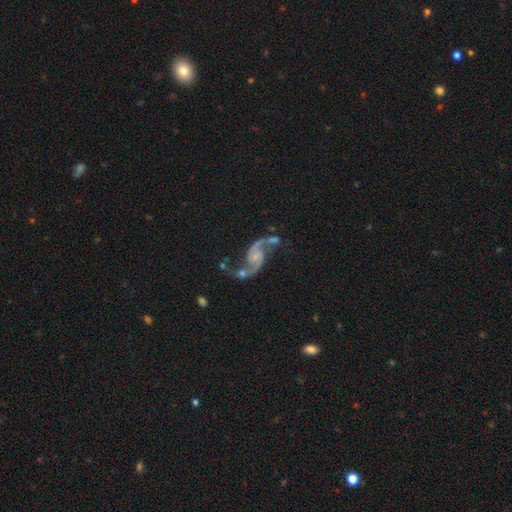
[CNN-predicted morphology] featured or disk 91%, star or artifact 5%, smooth 4%. Down the decision tree: edge-on disk — no (98%); bar — no (64%); spiral arms — yes (97%); spiral arm count — 2 (94%); spiral winding — loose (69%); bulge size — small (63%); merging — none (50%).